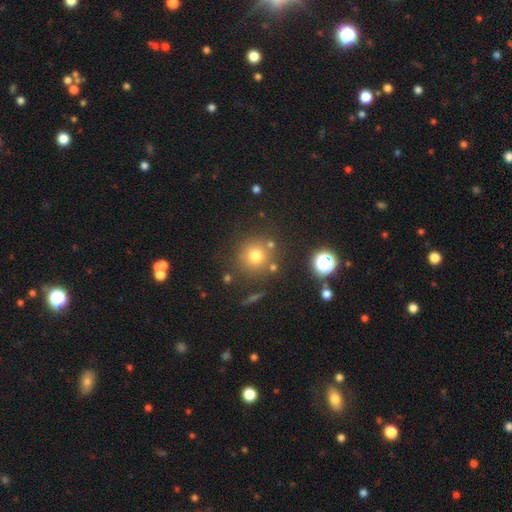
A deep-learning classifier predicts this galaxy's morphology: This is likely a smooth galaxy (73%). How rounded: clearly round (94%). Merging: likely none (80%).